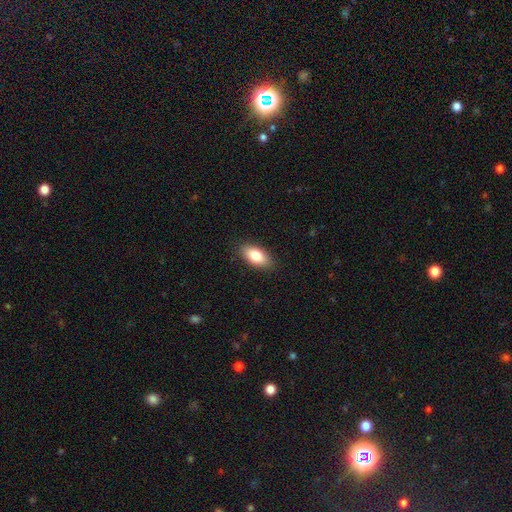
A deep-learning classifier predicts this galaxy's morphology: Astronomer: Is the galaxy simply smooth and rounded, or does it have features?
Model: smooth — 81%.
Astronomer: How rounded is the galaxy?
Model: in between — 90%.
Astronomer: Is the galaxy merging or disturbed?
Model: none — 88%.